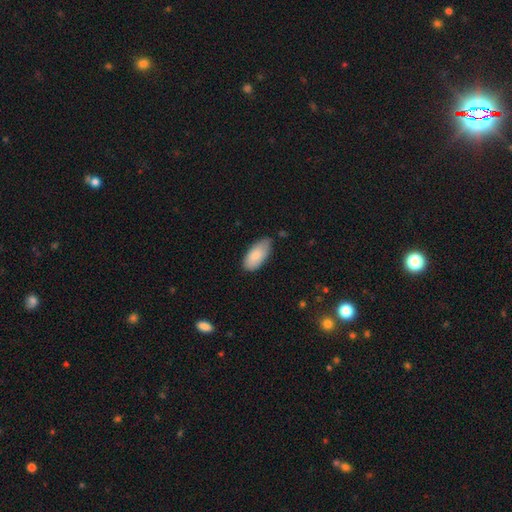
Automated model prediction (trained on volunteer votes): Smooth or featured? smooth (86%)
How rounded? in between (93%)
Merging? none (69%)